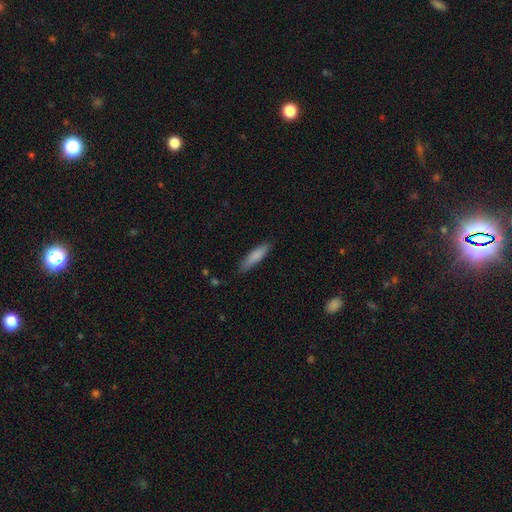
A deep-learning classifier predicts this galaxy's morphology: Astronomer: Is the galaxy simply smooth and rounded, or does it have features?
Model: smooth — 83%.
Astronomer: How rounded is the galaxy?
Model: cigar-shaped — 76%.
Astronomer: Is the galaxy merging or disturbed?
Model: none — 85%.